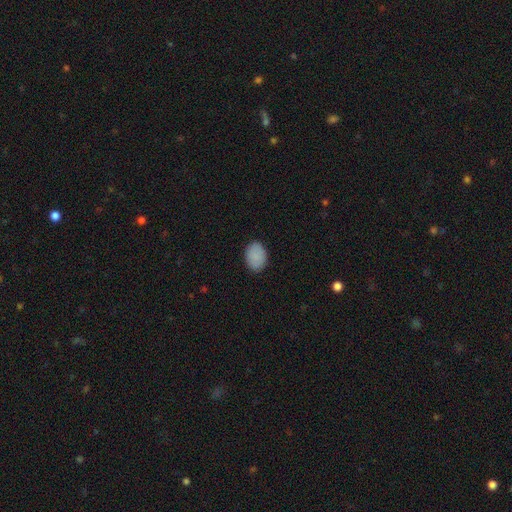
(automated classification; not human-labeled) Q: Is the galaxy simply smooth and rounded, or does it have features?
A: smooth — 88%.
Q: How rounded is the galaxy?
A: in between — 77%.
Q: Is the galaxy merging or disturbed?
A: none — 87%.